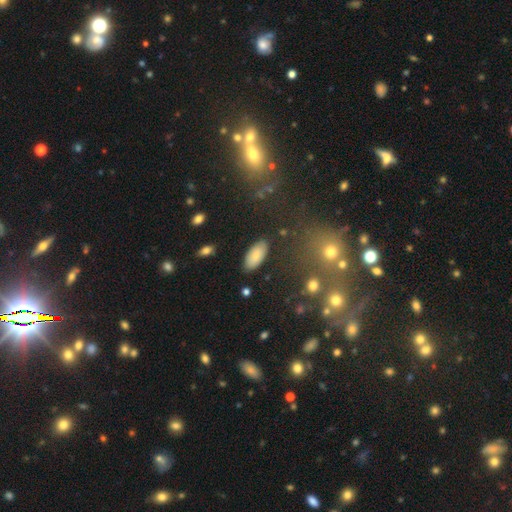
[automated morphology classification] This is likely a smooth galaxy (77%). How rounded: clearly in between (92%). Merging: clearly none (86%).